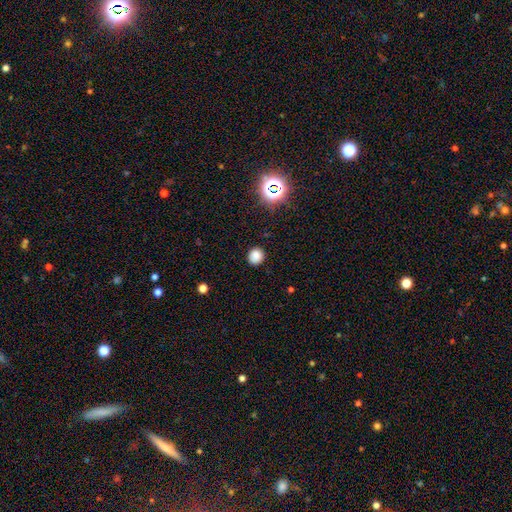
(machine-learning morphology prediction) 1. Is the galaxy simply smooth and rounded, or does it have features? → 81% smooth, 15% star or artifact, 4% featured or disk.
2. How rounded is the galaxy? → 85% round, 14% in between, 1% cigar-shaped.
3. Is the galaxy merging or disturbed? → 89% none, 8% minor disturbance, 2% major disturbance, 1% merger.